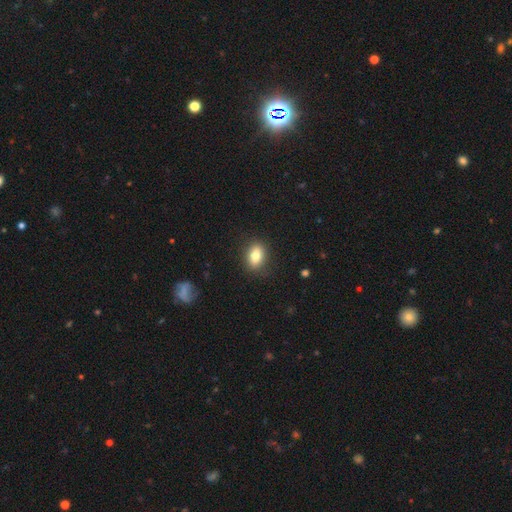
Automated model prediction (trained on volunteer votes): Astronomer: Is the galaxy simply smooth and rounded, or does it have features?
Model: smooth — 81%.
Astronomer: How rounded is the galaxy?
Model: in between — 79%.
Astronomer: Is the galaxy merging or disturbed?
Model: none — 86%.